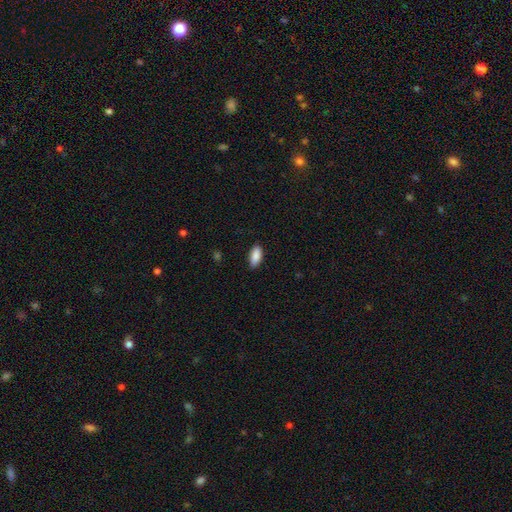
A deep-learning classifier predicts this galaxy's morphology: This appears to be a smooth galaxy with no disk features (90%) that is in between round and cigar-shaped (88%). Merging: none (87%).